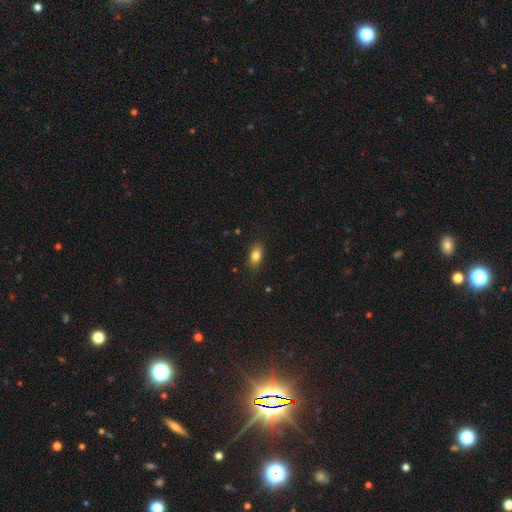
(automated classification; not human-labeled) smooth 83%, star or artifact 9%, featured or disk 8%. Down the decision tree: how rounded — in between (87%); merging — none (85%).